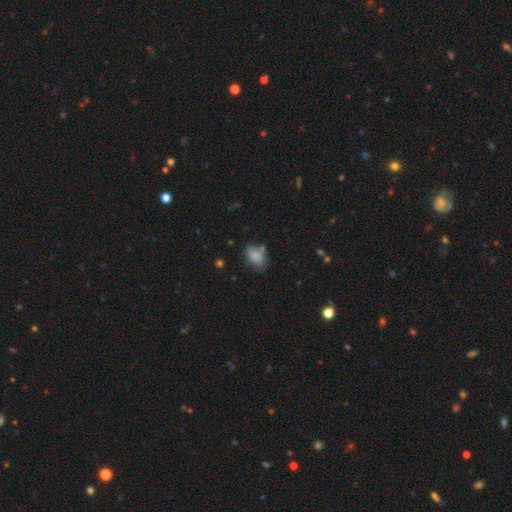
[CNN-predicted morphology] smooth_or_featured: smooth (p=0.79) [alt: featured or disk p=0.12]
how_rounded: in between (p=0.85) [alt: round p=0.13]
merging: none (p=0.59) [alt: minor disturbance p=0.25]